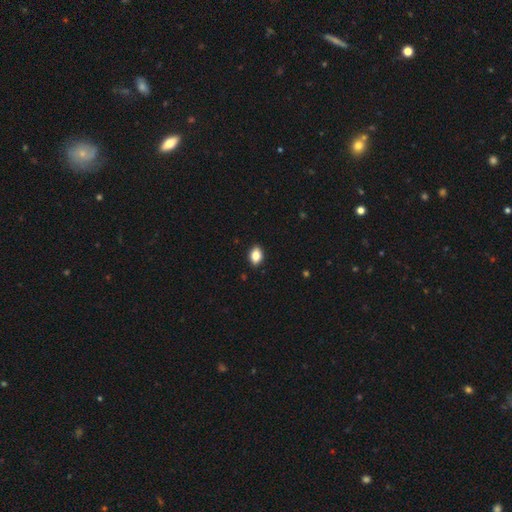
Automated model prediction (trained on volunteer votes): Smooth or featured? Predicted: smooth (p=0.82). How rounded? Predicted: in between (p=0.83). Merging? Predicted: none (p=0.88).